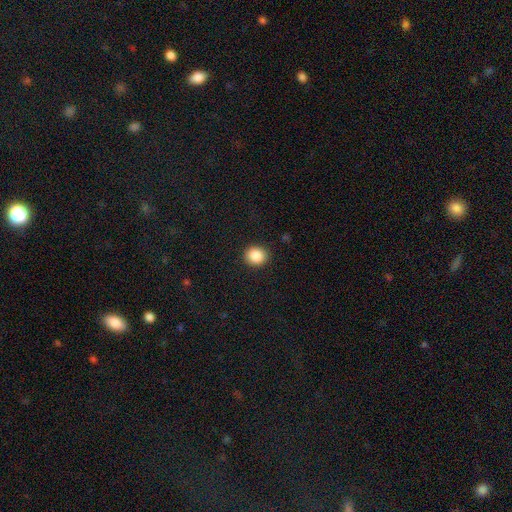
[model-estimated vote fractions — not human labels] Overall: smooth (87%). How rounded: round (81%). Merging: none (91%).